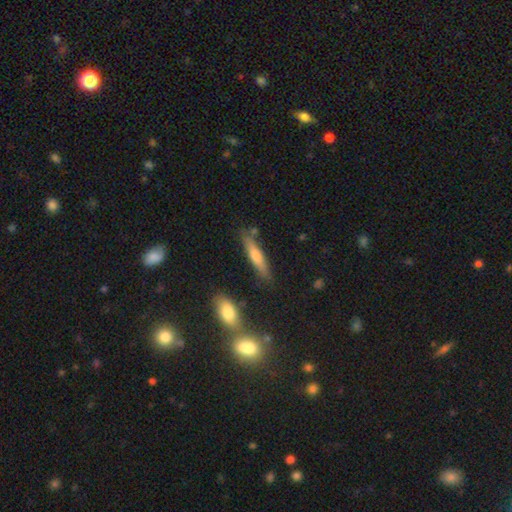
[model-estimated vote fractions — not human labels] A smooth galaxy with no disk features (55%) that is cigar-shaped (82%).

Vote fractions:
- Smooth or featured? smooth: 55% / featured or disk: 37% / star or artifact: 8%
- How rounded? cigar-shaped: 82% / in between: 16% / round: 2%
- Merging? none: 78% / minor disturbance: 12% / merger: 7% / major disturbance: 3%